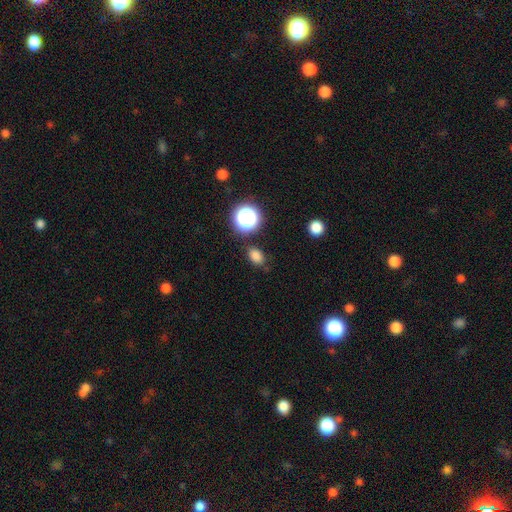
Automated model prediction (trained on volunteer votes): A smooth galaxy with no disk features (78%) that is in between round and cigar-shaped (71%). Merging: none (81%).